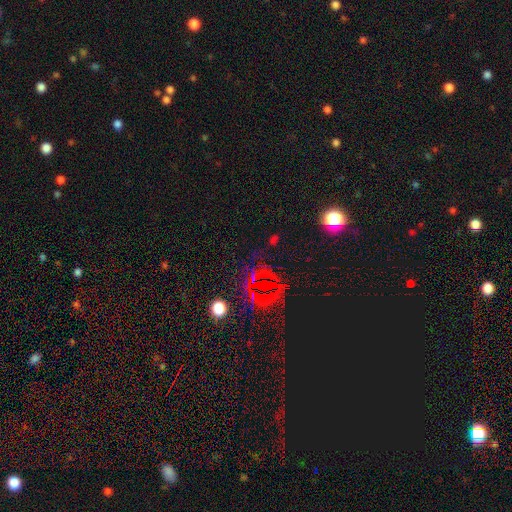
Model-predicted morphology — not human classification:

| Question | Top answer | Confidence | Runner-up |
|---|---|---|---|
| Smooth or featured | star or artifact | 72% | smooth (19%) |